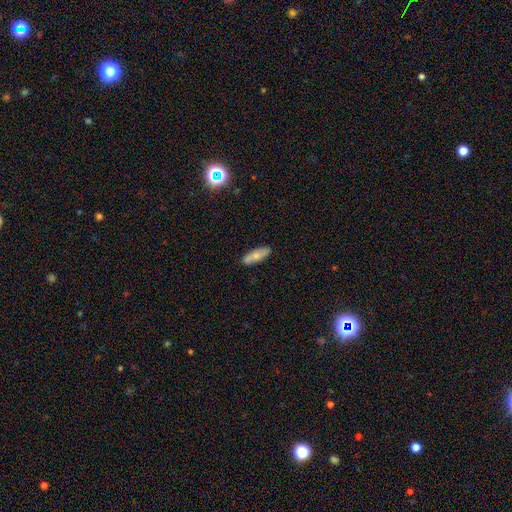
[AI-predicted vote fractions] smooth-or-featured: smooth: 72% | featured or disk: 22% | star or artifact: 6%
  how-rounded: in between: 55% | cigar-shaped: 42% | round: 2%
  merging: none: 86% | minor disturbance: 11% | major disturbance: 2% | merger: 1%